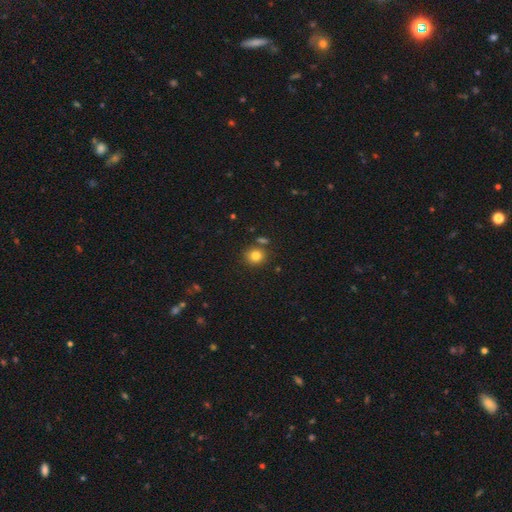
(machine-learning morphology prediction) Smooth or featured?
  - smooth: 81% *
  - star or artifact: 12%
  - featured or disk: 7%
How rounded?
  - round: 84% *
  - in between: 15%
  - cigar-shaped: 1%
Merging?
  - none: 80% *
  - minor disturbance: 9%
  - merger: 9%
  - major disturbance: 3%